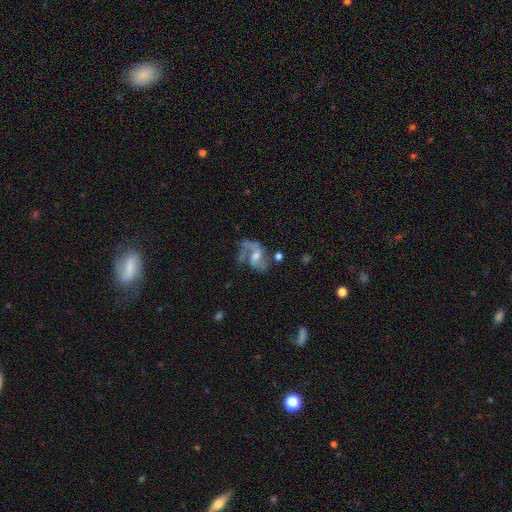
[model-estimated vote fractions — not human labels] Smooth or featured? featured or disk (80%)
Edge-on disk? no (97%)
Bar? weak (46%)
Spiral arms? yes (90%)
Spiral winding? loose (49%)
Spiral arm count? 2 (74%)
Bulge size? moderate (51%)
Merging? none (41%)